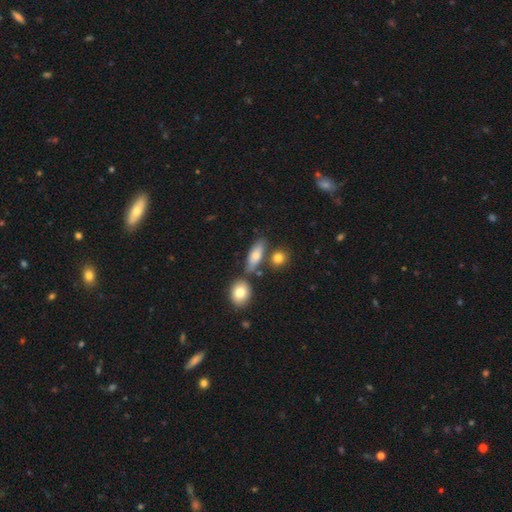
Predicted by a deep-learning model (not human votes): Smooth or featured? Predicted: smooth (p=0.72). How rounded? Predicted: in between (p=0.64). Merging? Predicted: none (p=0.70).